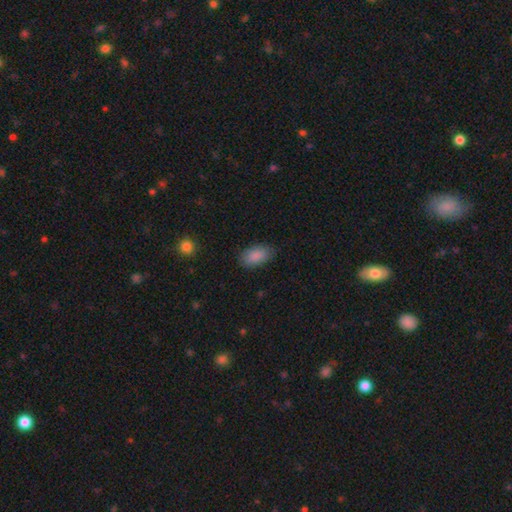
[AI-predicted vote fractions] Q: Smooth or featured?
A: smooth (88%); runner-up: star or artifact (7%)
Q: How rounded?
A: in between (93%); runner-up: round (4%)
Q: Merging?
A: none (82%); runner-up: minor disturbance (14%)